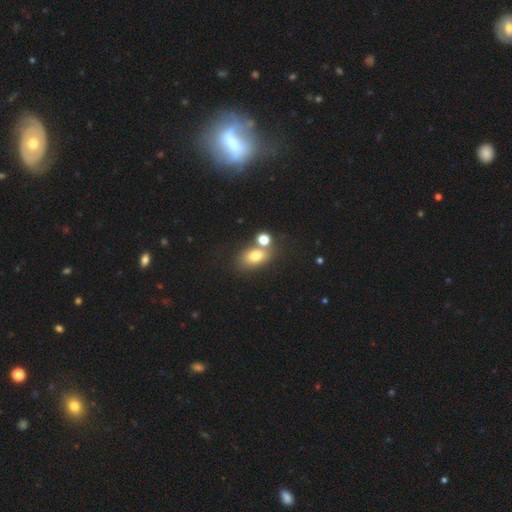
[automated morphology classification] Smooth or featured?
  - smooth: 75% *
  - star or artifact: 13%
  - featured or disk: 12%
How rounded?
  - in between: 73% *
  - round: 25%
  - cigar-shaped: 2%
Merging?
  - none: 54% *
  - merger: 30%
  - minor disturbance: 11%
  - major disturbance: 5%